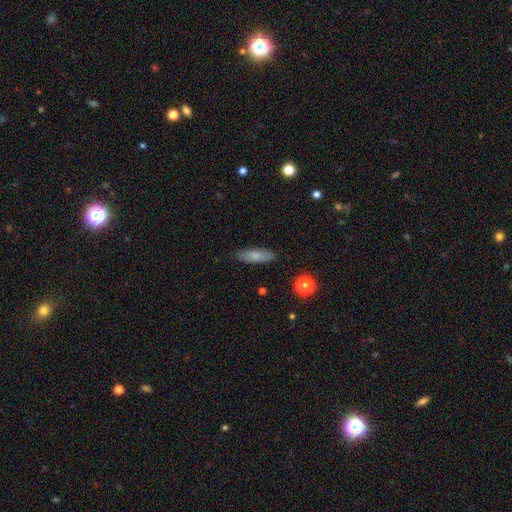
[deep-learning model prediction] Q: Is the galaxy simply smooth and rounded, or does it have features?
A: smooth — 76%.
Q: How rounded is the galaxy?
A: in between — 58%.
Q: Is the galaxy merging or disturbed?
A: none — 85%.